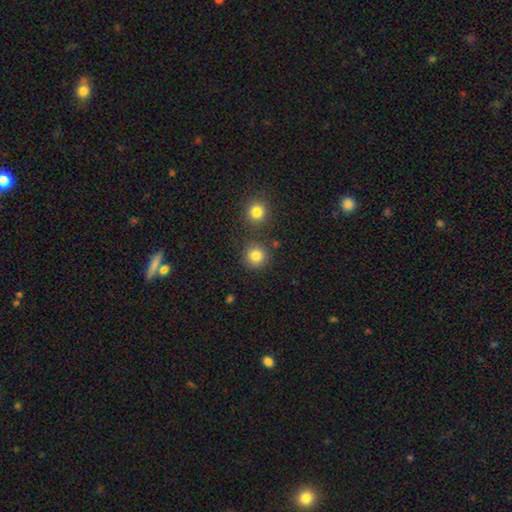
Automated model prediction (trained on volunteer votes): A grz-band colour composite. It shows a smooth galaxy with no disk features (83%) that is round (93%). Merging: none (83%).